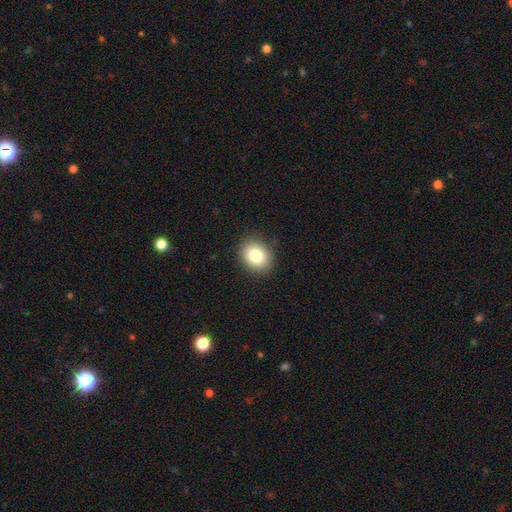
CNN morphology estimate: type=smooth (82%); roundness=round (55%); merging=none (89%).